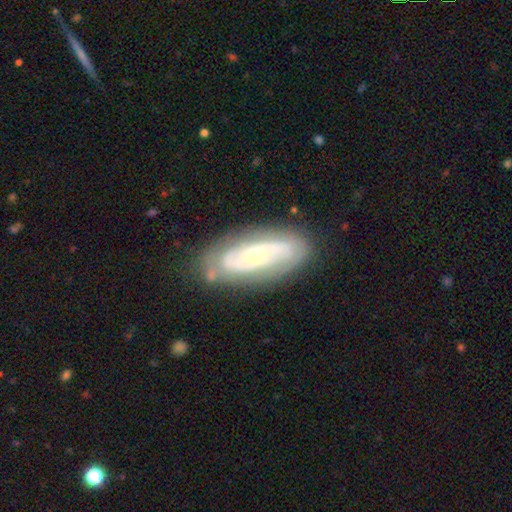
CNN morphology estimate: Q: Smooth or featured?
A: featured or disk (75%); runner-up: smooth (19%)
Q: Edge-on disk?
A: no (91%); runner-up: yes (9%)
Q: Bar?
A: no (74%); runner-up: weak (17%)
Q: Spiral arms?
A: yes (72%); runner-up: no (28%)
Q: Bulge size?
A: small (59%); runner-up: moderate (37%)
Q: Merging?
A: none (76%); runner-up: minor disturbance (16%)